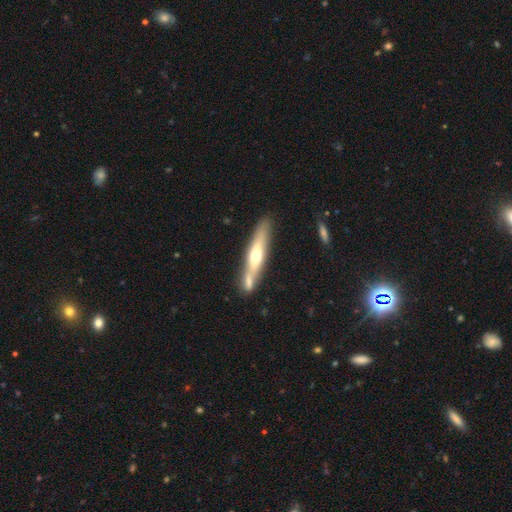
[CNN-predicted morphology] smooth_or_featured: featured or disk (p=0.53) [alt: smooth p=0.41]
disk_edge_on: yes (p=0.88) [alt: no p=0.12]
merging: none (p=0.67) [alt: merger p=0.17]